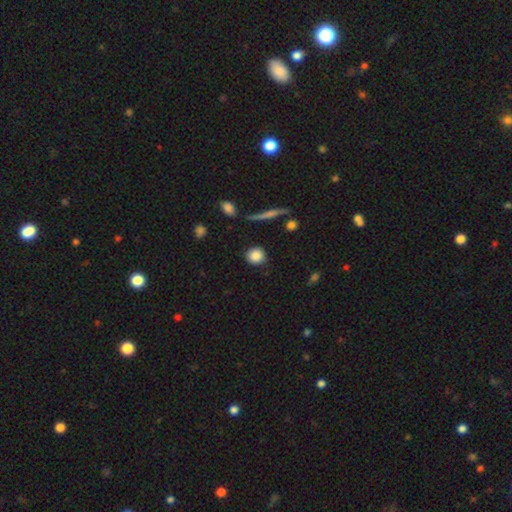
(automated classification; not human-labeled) Smooth or featured? smooth (85%)
How rounded? round (84%)
Merging? none (87%)